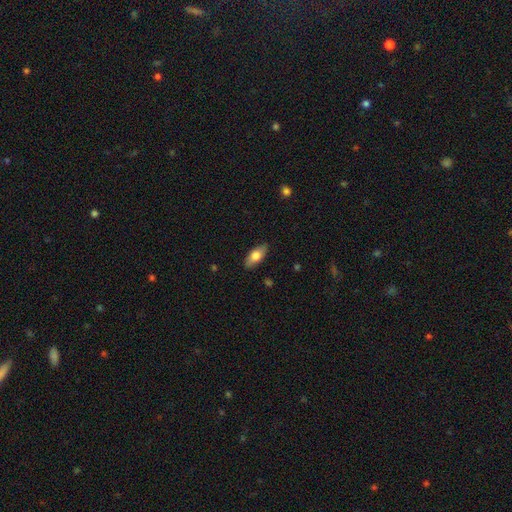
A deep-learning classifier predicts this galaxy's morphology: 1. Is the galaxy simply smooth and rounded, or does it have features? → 74% smooth, 20% featured or disk, 6% star or artifact.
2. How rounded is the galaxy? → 86% in between, 11% cigar-shaped, 3% round.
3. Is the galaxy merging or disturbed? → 87% none, 10% minor disturbance, 2% major disturbance, 1% merger.